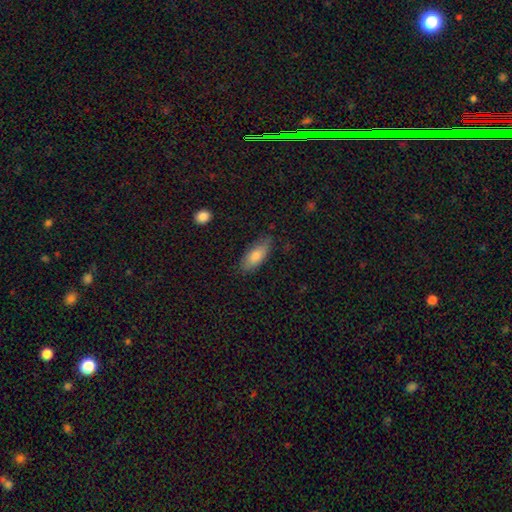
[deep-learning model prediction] Q: Smooth or featured?
A: smooth (80%); runner-up: featured or disk (13%)
Q: How rounded?
A: in between (78%); runner-up: cigar-shaped (20%)
Q: Merging?
A: none (76%); runner-up: minor disturbance (19%)